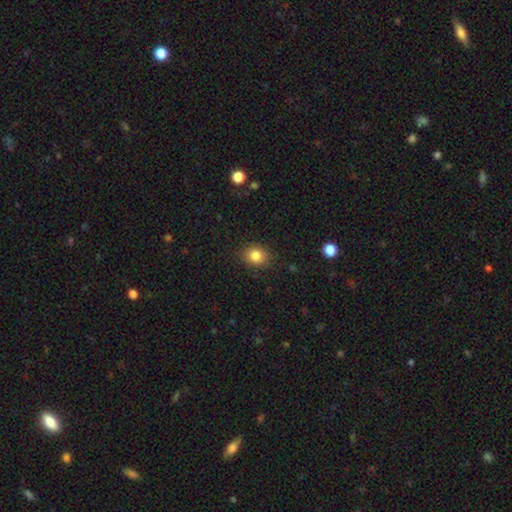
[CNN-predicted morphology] A smooth galaxy with no disk features (83%) that is round (66%).

Vote fractions:
- Smooth or featured? smooth: 83% / star or artifact: 11% / featured or disk: 6%
- How rounded? round: 66% / in between: 33% / cigar-shaped: 1%
- Merging? none: 87% / minor disturbance: 9% / major disturbance: 3% / merger: 1%